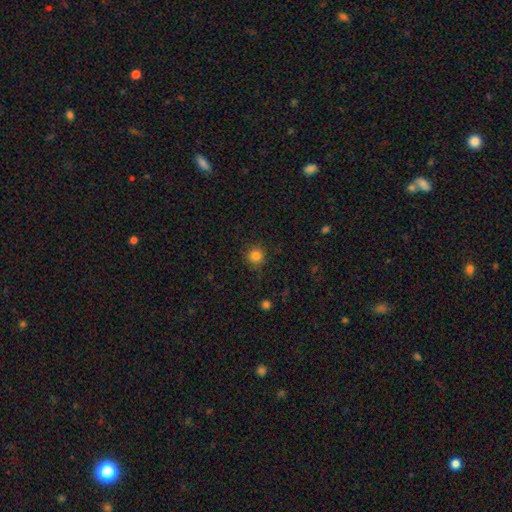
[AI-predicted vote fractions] This is clearly a smooth galaxy (83%). How rounded: clearly round (92%). Merging: clearly none (85%).